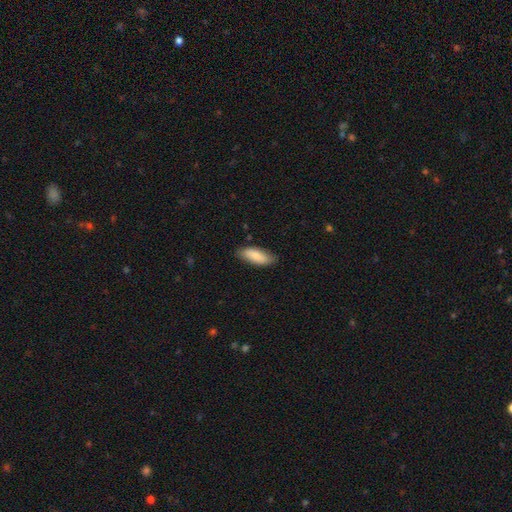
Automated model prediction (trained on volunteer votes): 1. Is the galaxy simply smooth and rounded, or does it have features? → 82% smooth, 12% featured or disk, 5% star or artifact.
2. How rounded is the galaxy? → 76% in between, 22% cigar-shaped, 2% round.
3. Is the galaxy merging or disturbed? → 82% none, 14% minor disturbance, 2% major disturbance, 1% merger.